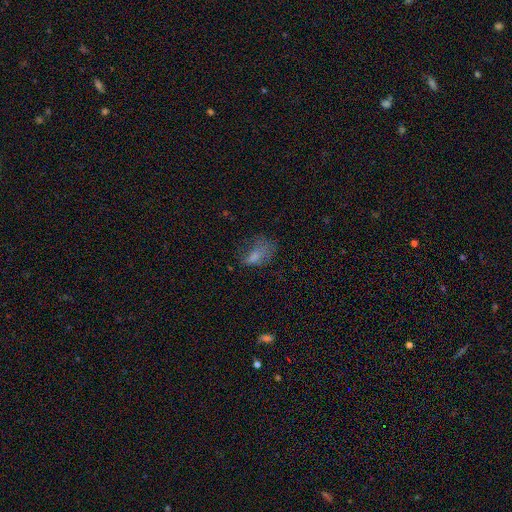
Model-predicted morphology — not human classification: smooth-or-featured: smooth: 67% | featured or disk: 19% | star or artifact: 14%
  how-rounded: in between: 87% | round: 9% | cigar-shaped: 4%
  merging: major disturbance: 39% | none: 31% | minor disturbance: 27% | merger: 3%